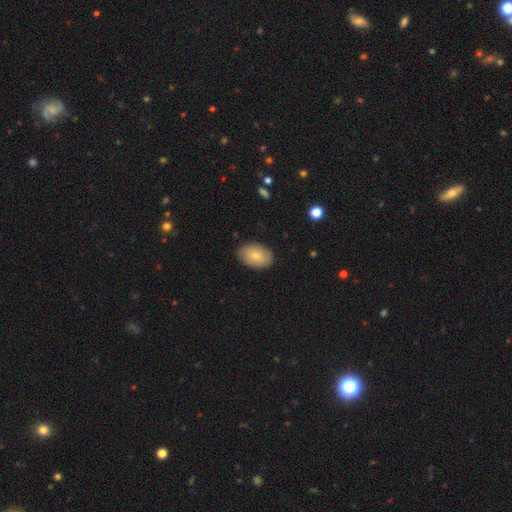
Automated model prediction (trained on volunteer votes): This appears to be a smooth galaxy with no disk features (76%) that is in between round and cigar-shaped (86%). Merging: none (85%).